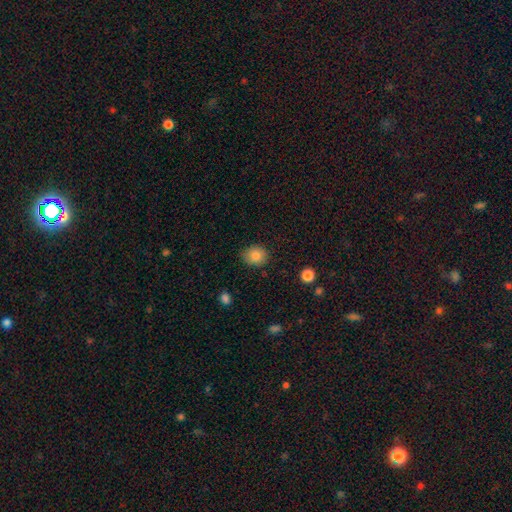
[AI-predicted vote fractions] Morphology: type=smooth (83%); roundness=round (66%); merging=none (82%).